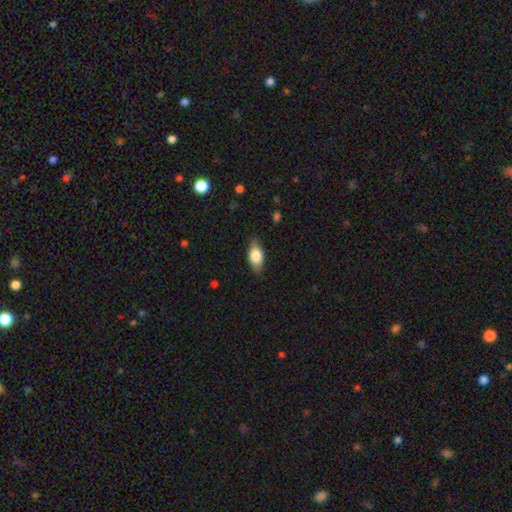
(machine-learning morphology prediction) This is likely a smooth galaxy (73%). How rounded: clearly in between (85%). Merging: clearly none (82%).